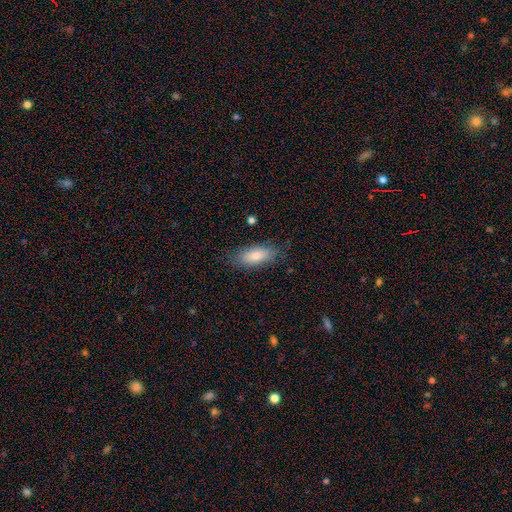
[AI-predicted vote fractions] Smooth or featured? Predicted: smooth (p=0.78). How rounded? Predicted: in between (p=0.81). Merging? Predicted: none (p=0.80).